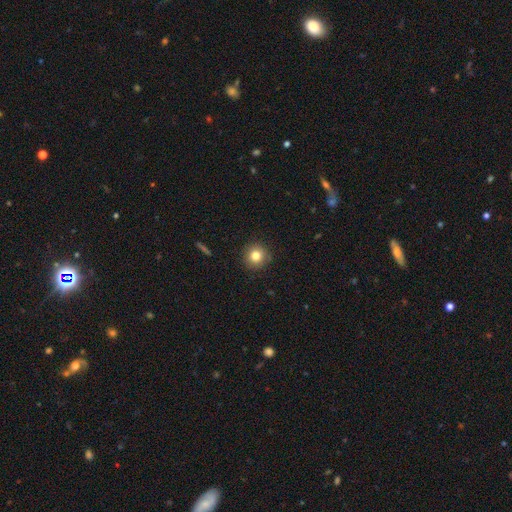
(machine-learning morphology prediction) Smooth or featured? smooth (81%)
How rounded? round (94%)
Merging? none (90%)